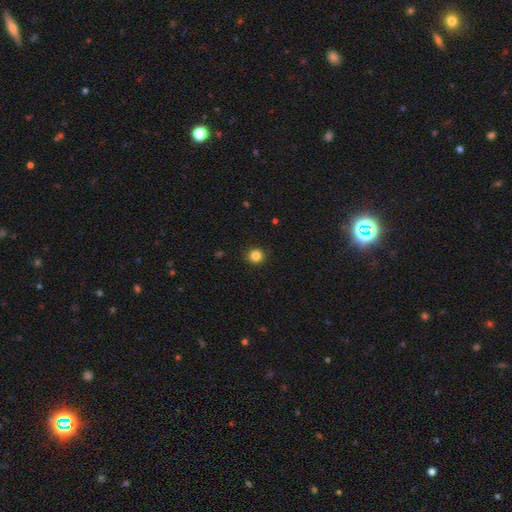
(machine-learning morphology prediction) The model was most divided on "smooth or featured": smooth: 84%, star or artifact: 12%, featured or disk: 4%. More confident: how rounded — round (92%); merging — none (91%).